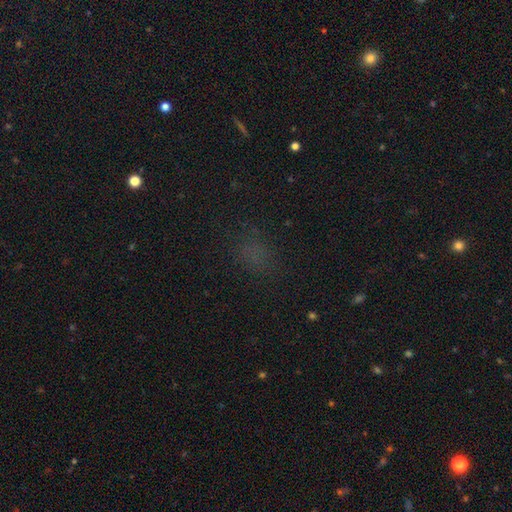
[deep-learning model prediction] Morphology: type=smooth (55%); roundness=in between (58%); merging=none (77%).